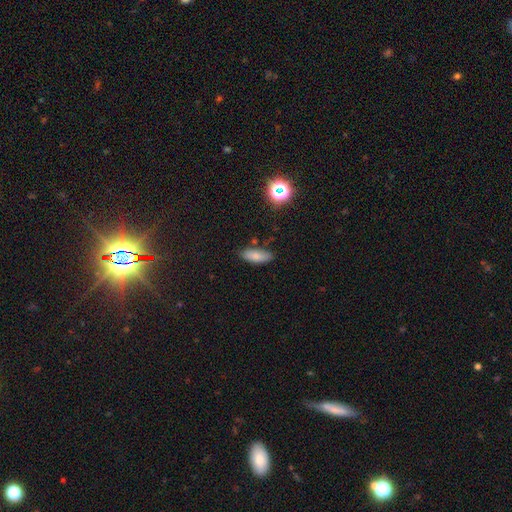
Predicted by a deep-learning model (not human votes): Overall: smooth (80%). How rounded: in between (70%). Merging: none (79%).